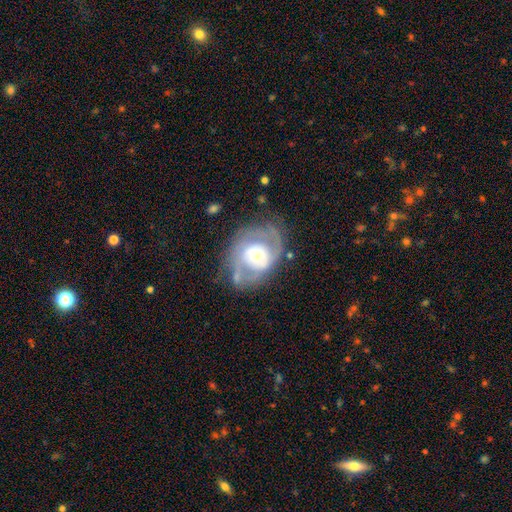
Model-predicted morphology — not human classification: Smooth or featured: featured or disk — 72% (smooth — 22%)
Edge-on disk: no — 96% (yes — 4%)
Bar: no — 70% (weak — 23%)
Spiral arms: yes — 68% (no — 32%)
Bulge size: moderate — 62% (small — 22%)
Merging: none — 56% (minor disturbance — 23%)